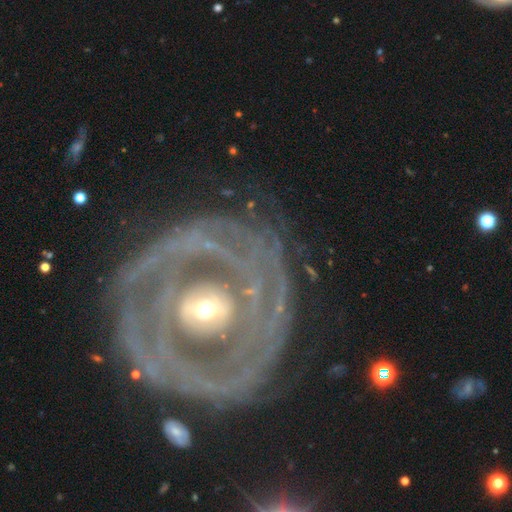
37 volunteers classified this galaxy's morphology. Smooth or featured? featured or disk (92%)
Edge-on disk? no (88%)
Bar? no (73%)
Spiral arms? yes (70%)
Spiral winding? tight (81%)
Spiral arm count? can't tell (52%)
Bulge size? moderate (47%)
Merging? none (57%)